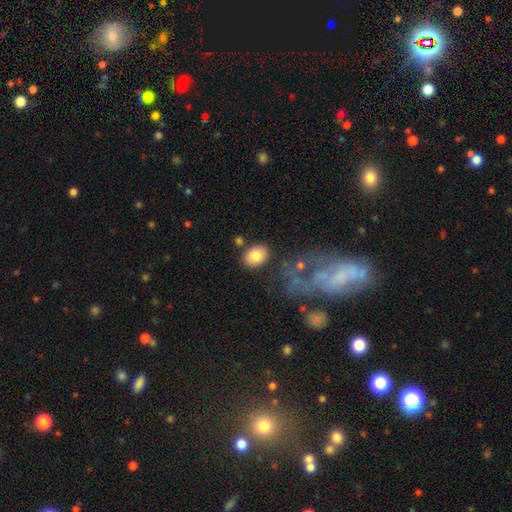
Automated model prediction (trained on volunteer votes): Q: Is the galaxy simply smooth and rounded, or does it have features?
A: smooth — 83%.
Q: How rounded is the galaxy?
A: in between — 68%.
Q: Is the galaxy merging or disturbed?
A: none — 79%.